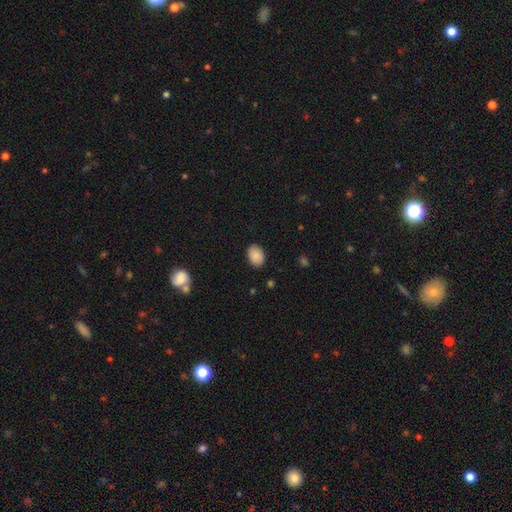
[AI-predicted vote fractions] smooth-or-featured: smooth: 88% | star or artifact: 7% | featured or disk: 5%
  how-rounded: in between: 79% | round: 20% | cigar-shaped: 1%
  merging: none: 87% | minor disturbance: 10% | major disturbance: 2% | merger: 1%